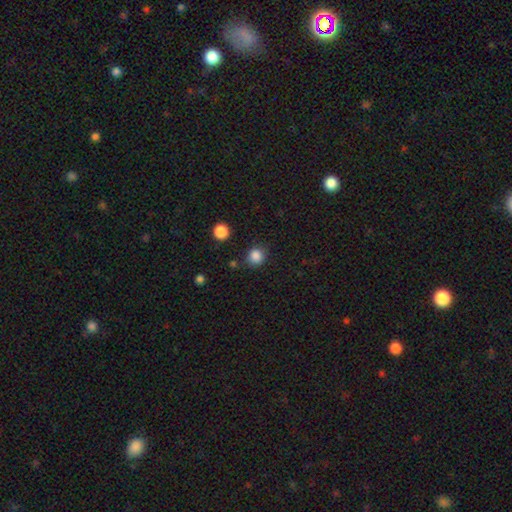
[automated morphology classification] Smooth or featured? Predicted: smooth (p=0.85). How rounded? Predicted: round (p=0.86). Merging? Predicted: none (p=0.82).